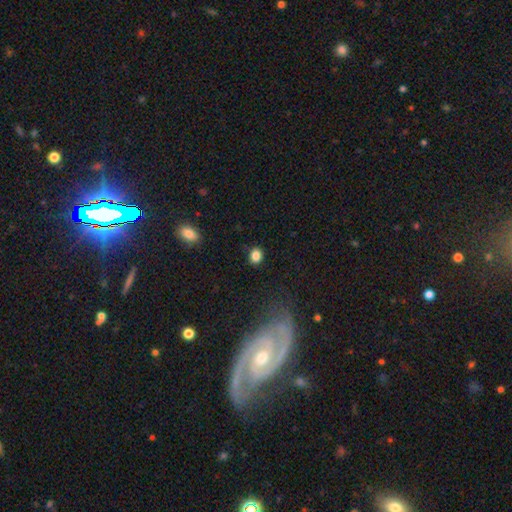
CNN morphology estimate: smooth-or-featured: smooth: 84% | star or artifact: 11% | featured or disk: 4%
  how-rounded: round: 61% | in between: 38% | cigar-shaped: 1%
  merging: none: 86% | minor disturbance: 10% | major disturbance: 3% | merger: 1%